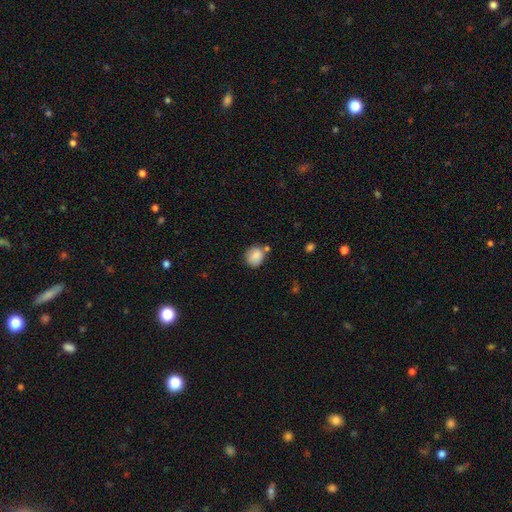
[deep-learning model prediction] Smooth or featured? smooth (85%)
How rounded? round (76%)
Merging? none (64%)